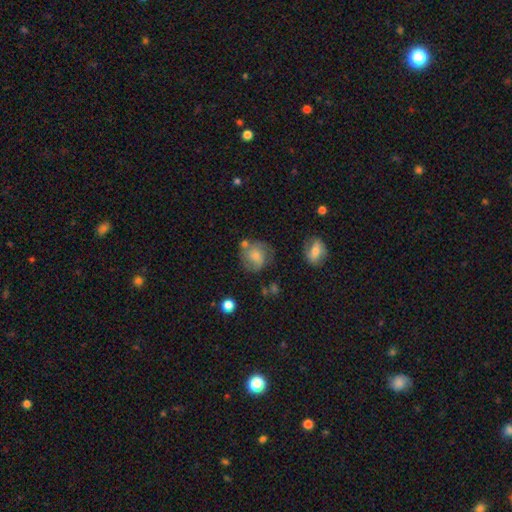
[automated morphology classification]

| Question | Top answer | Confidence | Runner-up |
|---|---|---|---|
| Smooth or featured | smooth | 52% | featured or disk (39%) |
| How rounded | round | 81% | in between (18%) |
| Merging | none | 57% | minor disturbance (22%) |